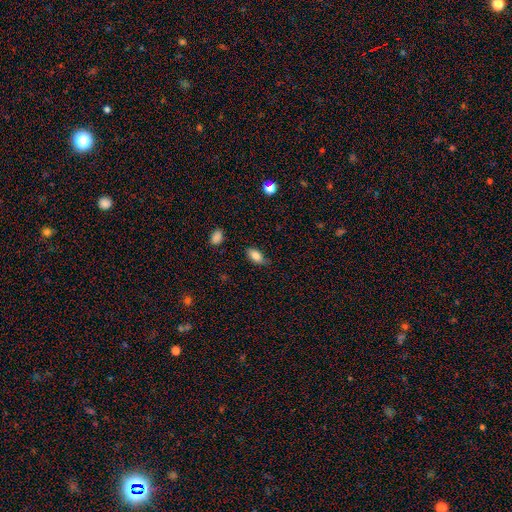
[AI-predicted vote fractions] Q: Smooth or featured?
A: smooth (83%); runner-up: featured or disk (9%)
Q: How rounded?
A: in between (90%); runner-up: round (5%)
Q: Merging?
A: none (65%); runner-up: minor disturbance (28%)